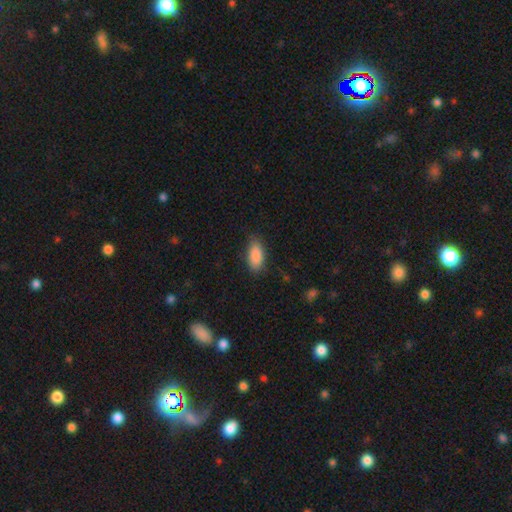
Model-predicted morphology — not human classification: type=smooth (89%); roundness=in between (90%); merging=none (81%).